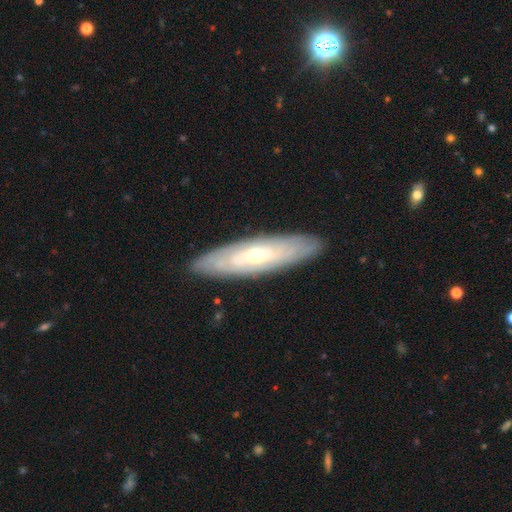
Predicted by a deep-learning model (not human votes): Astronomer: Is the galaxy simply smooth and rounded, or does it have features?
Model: featured or disk — 67%.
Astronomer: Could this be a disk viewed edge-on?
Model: no — 65%.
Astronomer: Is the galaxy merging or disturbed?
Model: none — 88%.